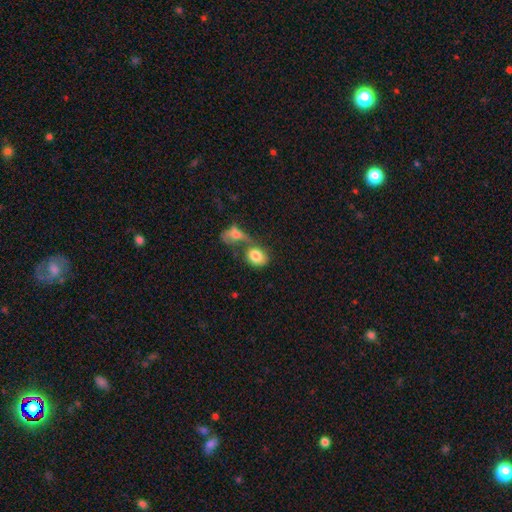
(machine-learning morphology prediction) smooth 80%, featured or disk 13%, star or artifact 7%. Down the decision tree: how rounded — in between (61%); merging — merger (49%).